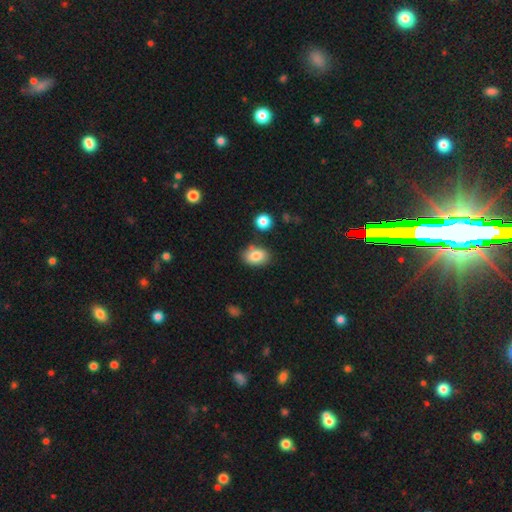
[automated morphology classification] A smooth galaxy with no disk features (83%) that is in between round and cigar-shaped (81%).

Vote fractions:
- Smooth or featured? smooth: 83% / featured or disk: 9% / star or artifact: 8%
- How rounded? in between: 81% / round: 18% / cigar-shaped: 1%
- Merging? none: 75% / minor disturbance: 15% / merger: 7% / major disturbance: 3%